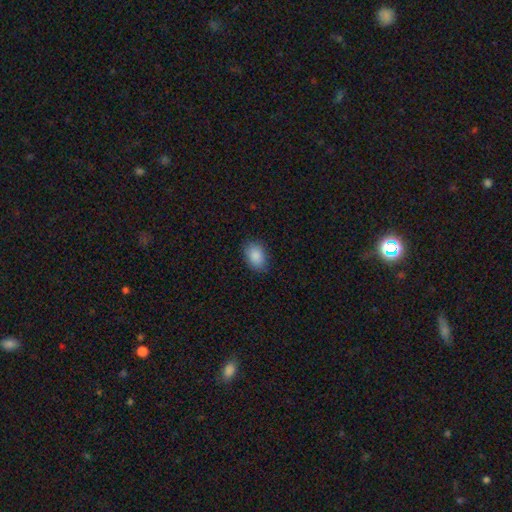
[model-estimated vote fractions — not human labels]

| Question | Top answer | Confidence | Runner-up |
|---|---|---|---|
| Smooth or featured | smooth | 89% | star or artifact (7%) |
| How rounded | in between | 84% | round (14%) |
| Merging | none | 83% | minor disturbance (13%) |